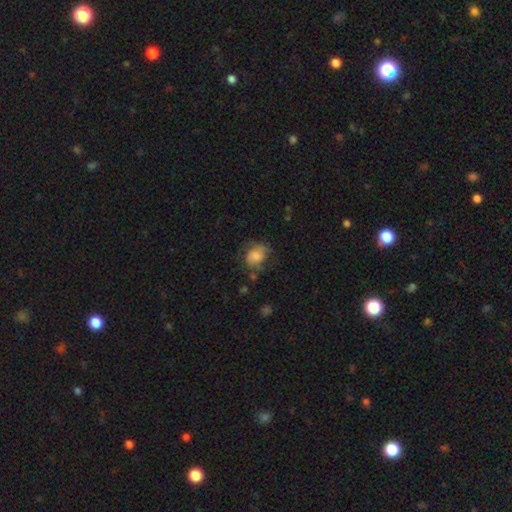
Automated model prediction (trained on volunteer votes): This appears to be a smooth galaxy with no disk features (72%) that is round (51%). Merging: none (49%).